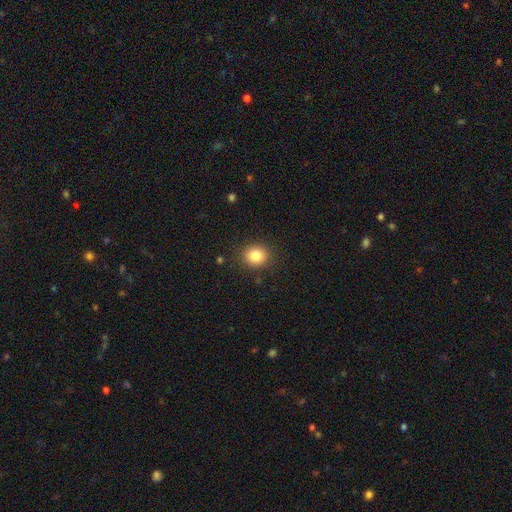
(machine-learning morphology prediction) This is clearly a smooth galaxy (84%). How rounded: likely round (78%). Merging: clearly none (88%).